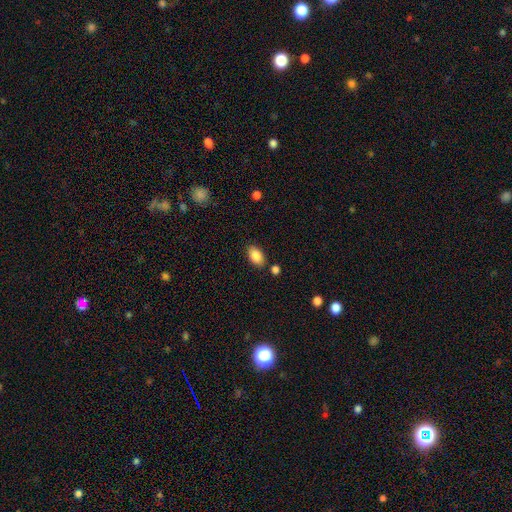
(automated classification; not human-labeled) Smooth or featured? Predicted: smooth (p=0.87). How rounded? Predicted: in between (p=0.91). Merging? Predicted: none (p=0.82).